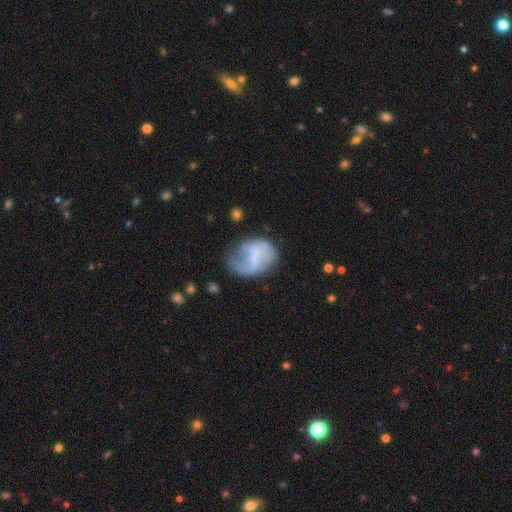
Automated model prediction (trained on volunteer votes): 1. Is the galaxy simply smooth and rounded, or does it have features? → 51% featured or disk, 40% smooth, 8% star or artifact.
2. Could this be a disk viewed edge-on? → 97% no, 3% yes.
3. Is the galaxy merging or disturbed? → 46% none, 28% minor disturbance, 21% major disturbance, 4% merger.